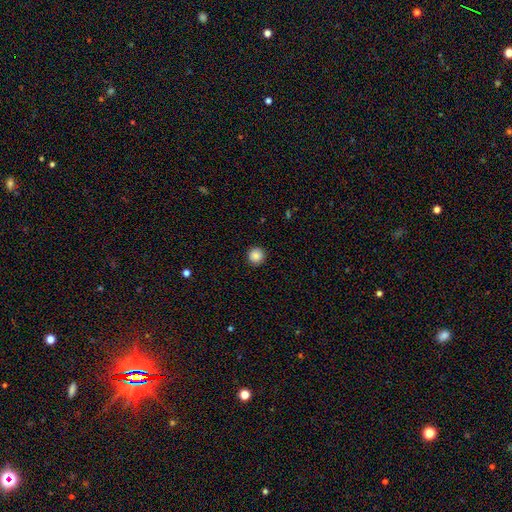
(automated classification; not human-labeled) smooth 87%, star or artifact 9%, featured or disk 4%. Down the decision tree: how rounded — round (96%); merging — none (92%).